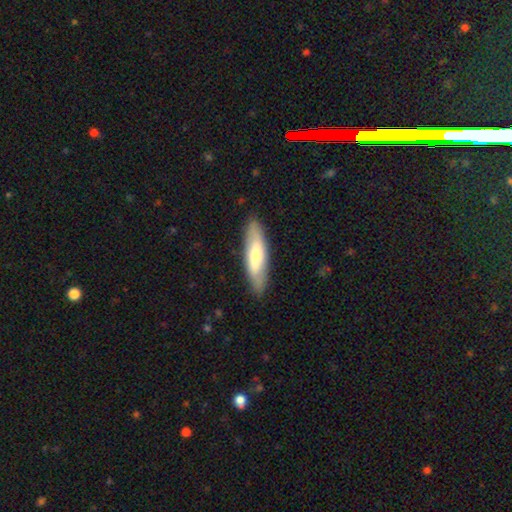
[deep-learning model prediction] Smooth or featured?
  - smooth: 63% *
  - featured or disk: 32%
  - star or artifact: 5%
How rounded?
  - cigar-shaped: 63% *
  - in between: 36%
  - round: 2%
Merging?
  - none: 86% *
  - minor disturbance: 11%
  - major disturbance: 2%
  - merger: 1%